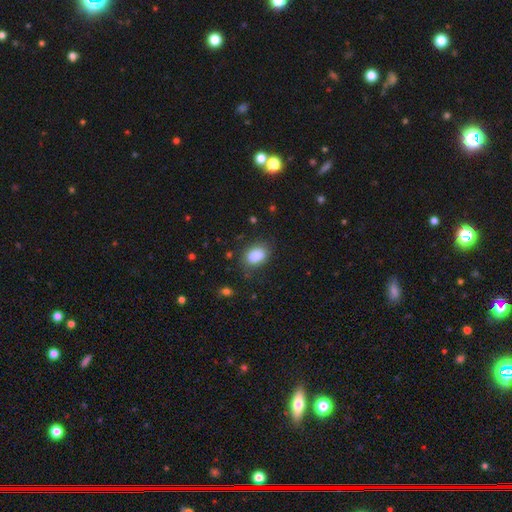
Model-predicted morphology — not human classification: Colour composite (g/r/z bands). It shows a smooth galaxy with no disk features (85%) that is in between round and cigar-shaped (77%). Merging: none (70%).